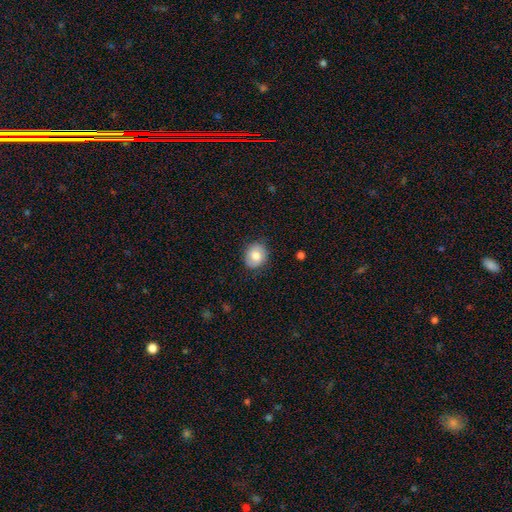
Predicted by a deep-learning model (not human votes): Smooth or featured?
  - smooth: 77% *
  - featured or disk: 15%
  - star or artifact: 8%
How rounded?
  - round: 68% *
  - in between: 31%
  - cigar-shaped: 1%
Merging?
  - none: 83% *
  - minor disturbance: 13%
  - major disturbance: 3%
  - merger: 1%